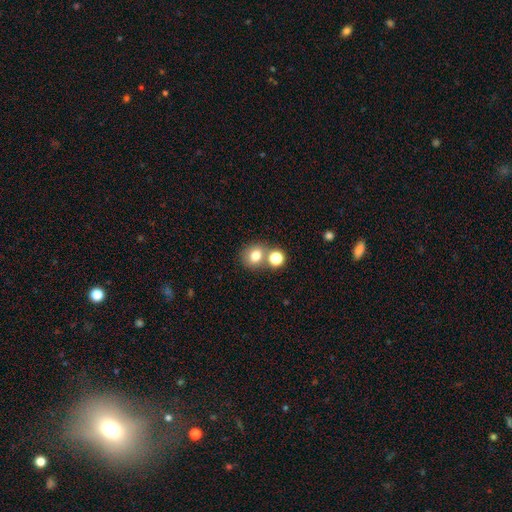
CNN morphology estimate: Smooth or featured? smooth (76%)
How rounded? round (75%)
Merging? none (61%)